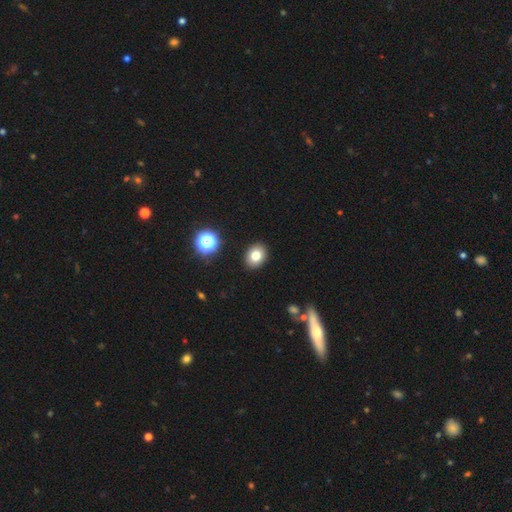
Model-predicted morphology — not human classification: smooth 79%, star or artifact 12%, featured or disk 9%. Down the decision tree: how rounded — in between (55%); merging — none (90%).